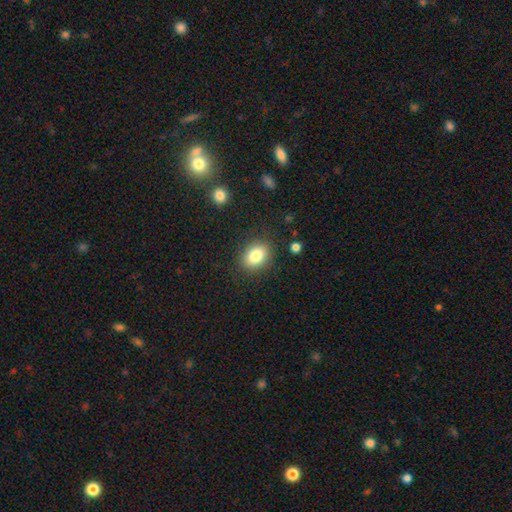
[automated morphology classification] smooth-or-featured: smooth: 83% | star or artifact: 9% | featured or disk: 8%
  how-rounded: in between: 69% | round: 29% | cigar-shaped: 1%
  merging: none: 86% | minor disturbance: 10% | major disturbance: 3% | merger: 2%